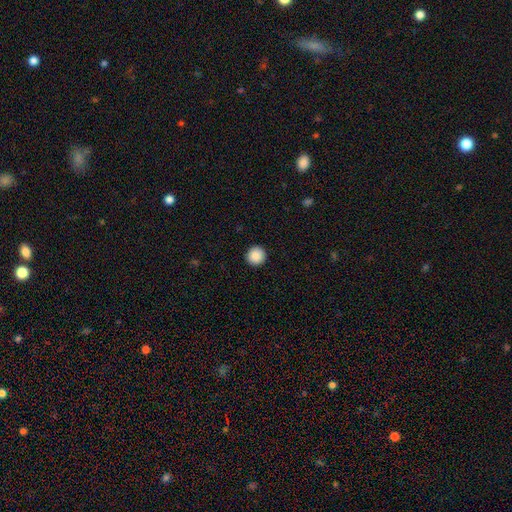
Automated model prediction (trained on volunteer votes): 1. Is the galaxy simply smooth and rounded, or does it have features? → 89% smooth, 8% star or artifact, 3% featured or disk.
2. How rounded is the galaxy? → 95% round, 4% in between, 1% cigar-shaped.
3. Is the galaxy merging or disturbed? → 93% none, 4% minor disturbance, 1% major disturbance, 1% merger.